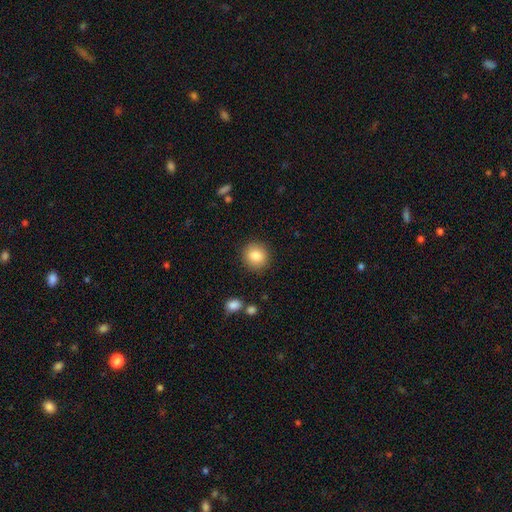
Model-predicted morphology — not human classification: Smooth or featured?
  - smooth: 84% *
  - star or artifact: 9%
  - featured or disk: 7%
How rounded?
  - round: 86% *
  - in between: 13%
  - cigar-shaped: 1%
Merging?
  - none: 89% *
  - minor disturbance: 7%
  - major disturbance: 2%
  - merger: 1%